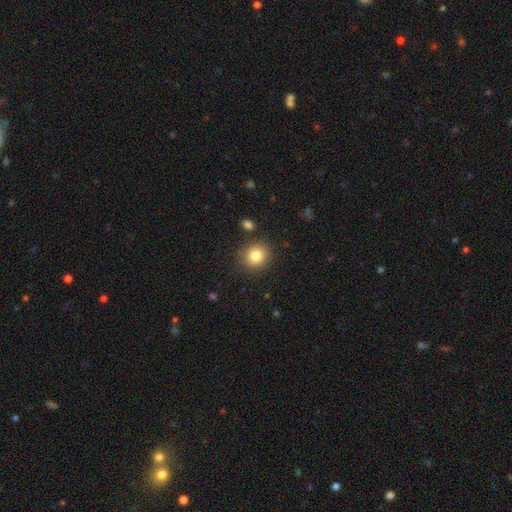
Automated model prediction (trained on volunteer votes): A smooth galaxy with no disk features (82%) that is round (85%).

Vote fractions:
- Smooth or featured? smooth: 82% / star or artifact: 10% / featured or disk: 7%
- How rounded? round: 85% / in between: 14% / cigar-shaped: 1%
- Merging? none: 87% / minor disturbance: 8% / merger: 3% / major disturbance: 3%